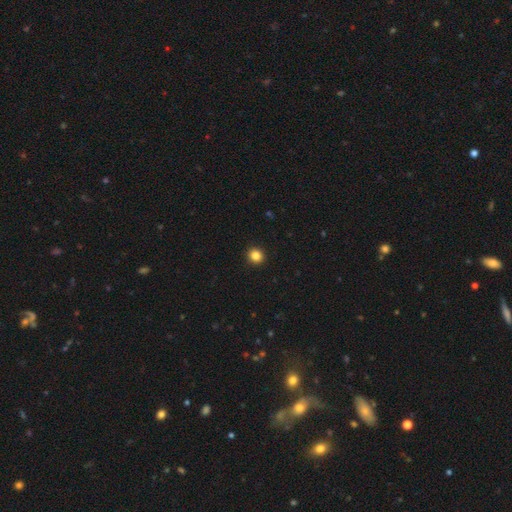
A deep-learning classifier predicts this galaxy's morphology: Smooth or featured? smooth (84%)
How rounded? round (91%)
Merging? none (93%)